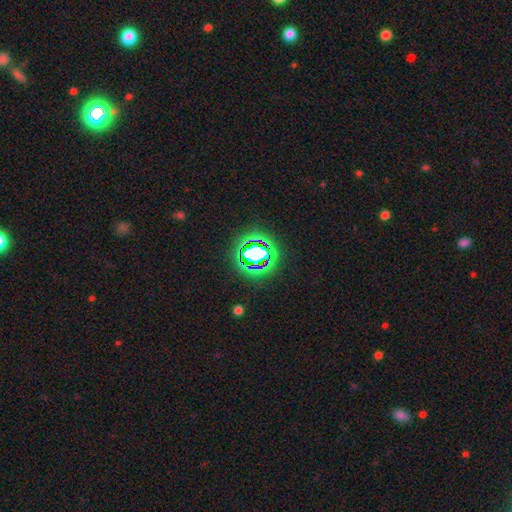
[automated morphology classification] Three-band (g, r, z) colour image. It shows a star or artifact, not a galaxy (63%).